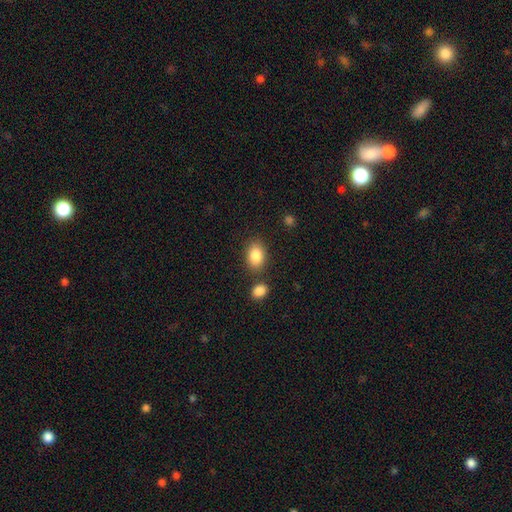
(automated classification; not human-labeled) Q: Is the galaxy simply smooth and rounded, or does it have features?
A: smooth — 86%.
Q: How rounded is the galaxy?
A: in between — 79%.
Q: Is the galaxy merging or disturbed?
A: none — 78%.